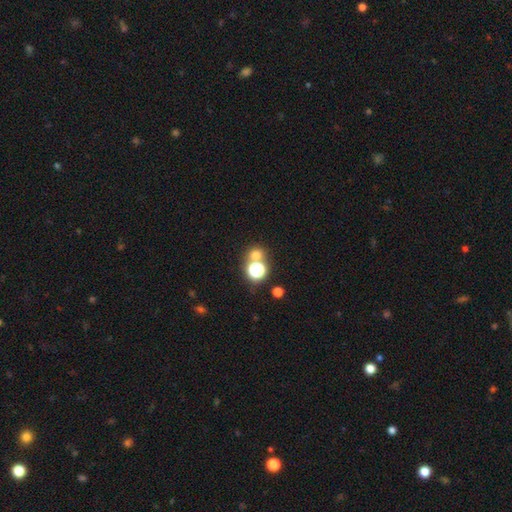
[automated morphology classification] A smooth galaxy with no disk features (62%) that is round (84%). Merging: none (63%).